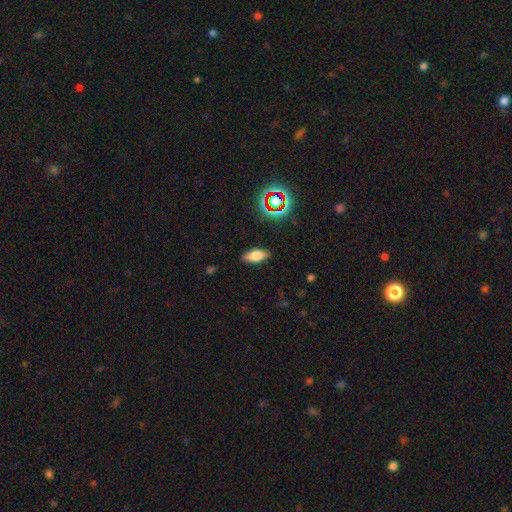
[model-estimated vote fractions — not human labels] A smooth galaxy with no disk features (69%) that is in between round and cigar-shaped (82%).

Vote fractions:
- Smooth or featured? smooth: 69% / featured or disk: 18% / star or artifact: 13%
- How rounded? in between: 82% / cigar-shaped: 14% / round: 4%
- Merging? none: 87% / minor disturbance: 9% / major disturbance: 2% / merger: 1%